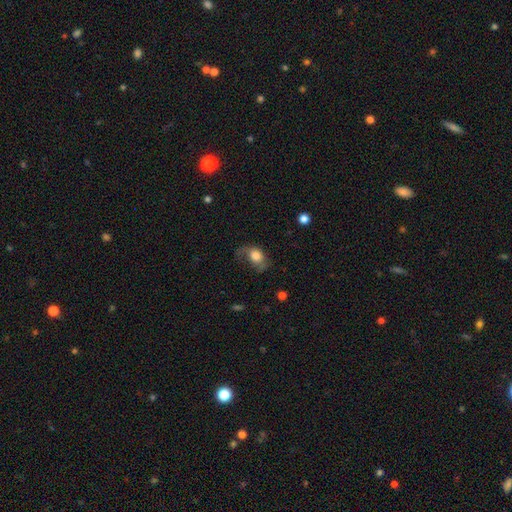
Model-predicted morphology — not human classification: smooth-or-featured: smooth: 68% | featured or disk: 24% | star or artifact: 8%
  how-rounded: in between: 63% | round: 35% | cigar-shaped: 1%
  merging: none: 37% | major disturbance: 34% | minor disturbance: 28% | merger: 2%